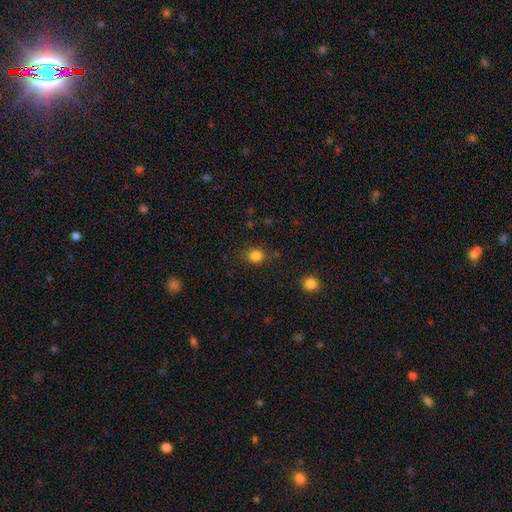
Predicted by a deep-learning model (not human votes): smooth_or_featured: smooth (p=0.83) [alt: star or artifact p=0.13]
how_rounded: round (p=0.85) [alt: in between p=0.14]
merging: none (p=0.85) [alt: minor disturbance p=0.10]